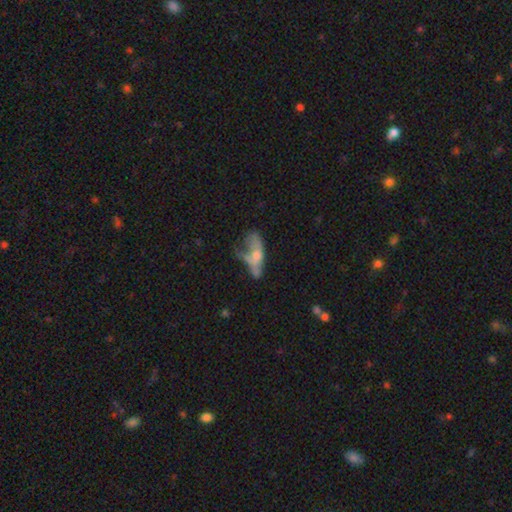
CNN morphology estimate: smooth-or-featured: smooth: 46% | featured or disk: 44% | star or artifact: 10%
  merging: major disturbance: 37% | none: 24% | merger: 20% | minor disturbance: 19%